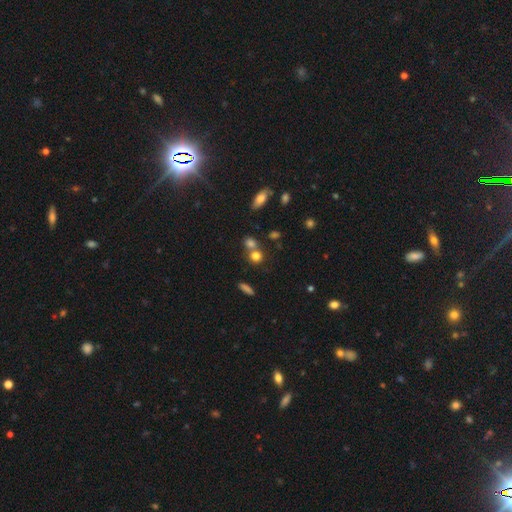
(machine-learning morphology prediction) Q: Smooth or featured?
A: smooth (76%); runner-up: star or artifact (14%)
Q: How rounded?
A: round (82%); runner-up: in between (16%)
Q: Merging?
A: none (53%); runner-up: merger (35%)